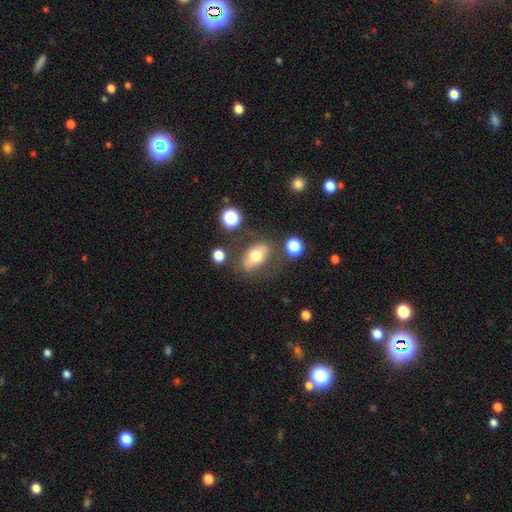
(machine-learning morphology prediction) Smooth or featured?
  - smooth: 59% *
  - featured or disk: 30%
  - star or artifact: 10%
How rounded?
  - in between: 83% *
  - round: 14%
  - cigar-shaped: 3%
Merging?
  - none: 69% *
  - minor disturbance: 16%
  - major disturbance: 8%
  - merger: 7%